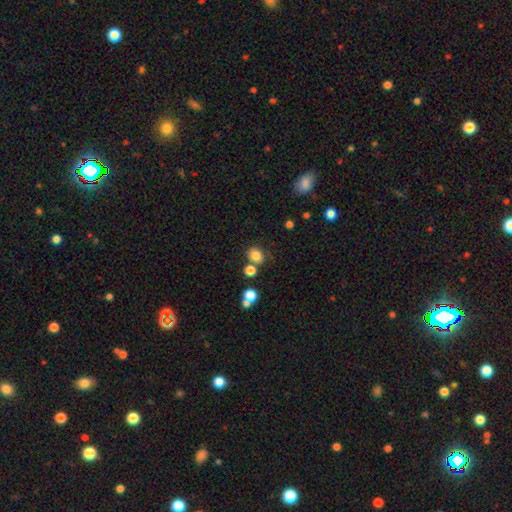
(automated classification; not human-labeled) Smooth or featured: smooth — 80% (star or artifact — 13%)
How rounded: round — 66% (in between — 33%)
Merging: none — 64% (merger — 16%)